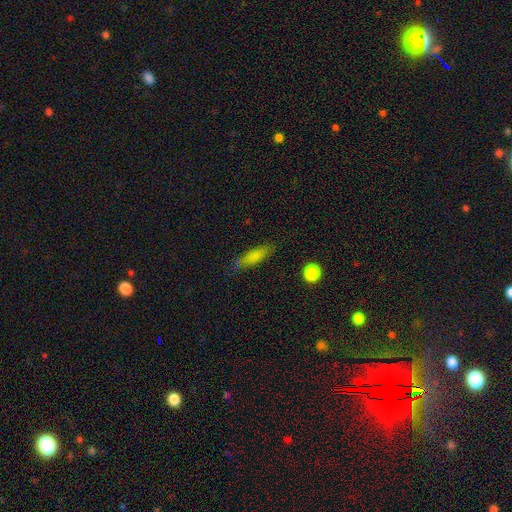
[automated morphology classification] smooth 74%, featured or disk 17%, star or artifact 10%. Down the decision tree: how rounded — cigar-shaped (65%); merging — none (73%).